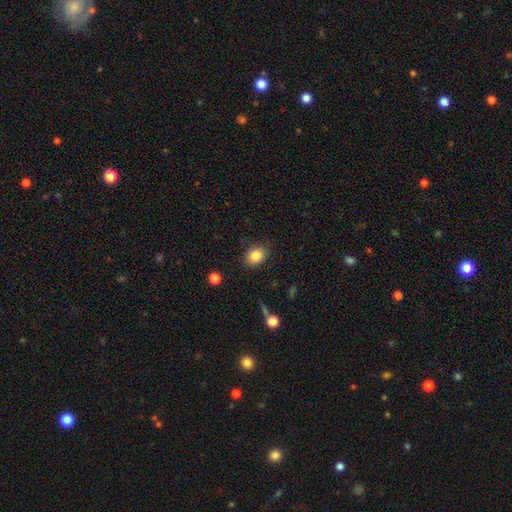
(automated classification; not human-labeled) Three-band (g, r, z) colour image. It shows a smooth galaxy with no disk features (85%) that is in between round and cigar-shaped (53%). Merging: none (82%).